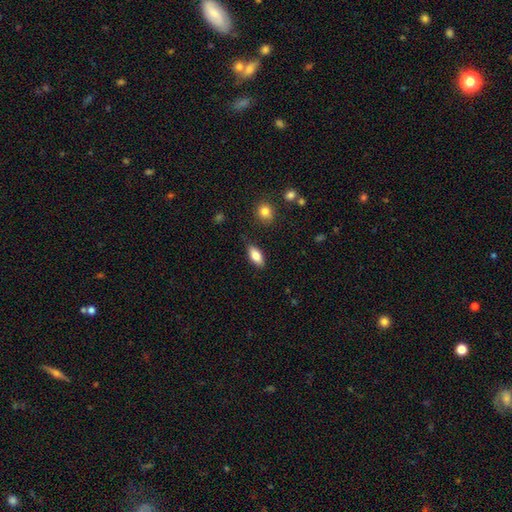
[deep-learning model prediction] smooth-or-featured: smooth: 80% | featured or disk: 13% | star or artifact: 7%
  how-rounded: in between: 85% | cigar-shaped: 13% | round: 3%
  merging: none: 83% | minor disturbance: 12% | major disturbance: 3% | merger: 2%